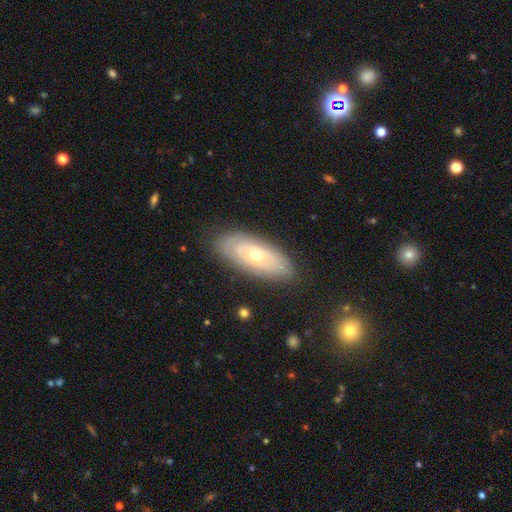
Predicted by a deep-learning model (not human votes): Morphology: type=featured or disk (65%); edge-on=no (84%); bar=no (83%); spiral arms=yes (54%); bulge=moderate (53%); merging=none (83%).